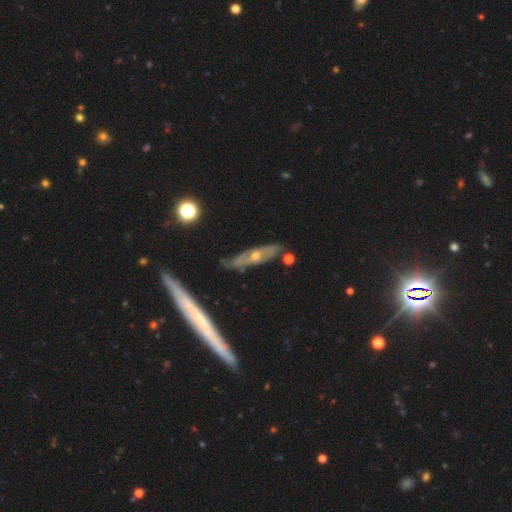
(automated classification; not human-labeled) Overall: featured or disk (69%). Edge-on disk: yes (59%; no 41%). Merging: none (73%).